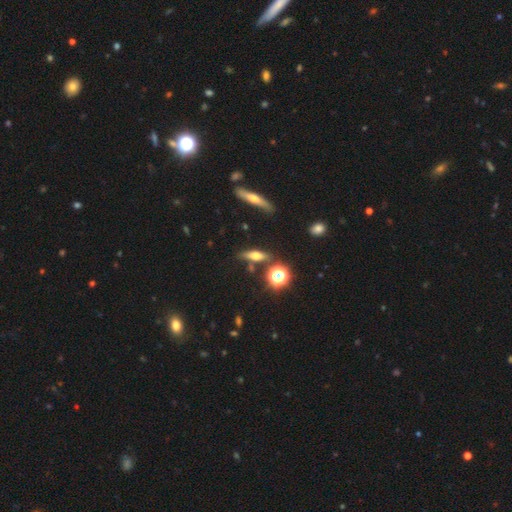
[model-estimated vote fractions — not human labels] This appears to be a smooth galaxy with no disk features (48%). Merging: none (74%).